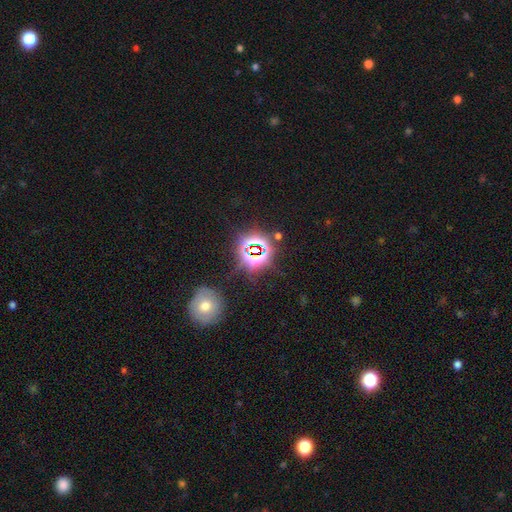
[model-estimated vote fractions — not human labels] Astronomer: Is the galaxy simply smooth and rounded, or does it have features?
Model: star or artifact — 80%.